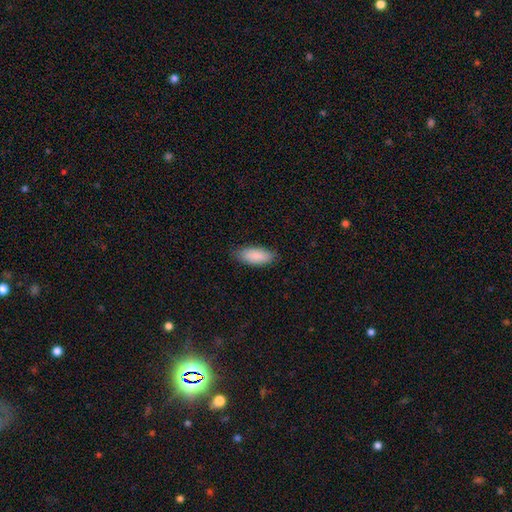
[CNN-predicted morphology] Overall: smooth (88%). How rounded: in between (84%). Merging: none (82%).